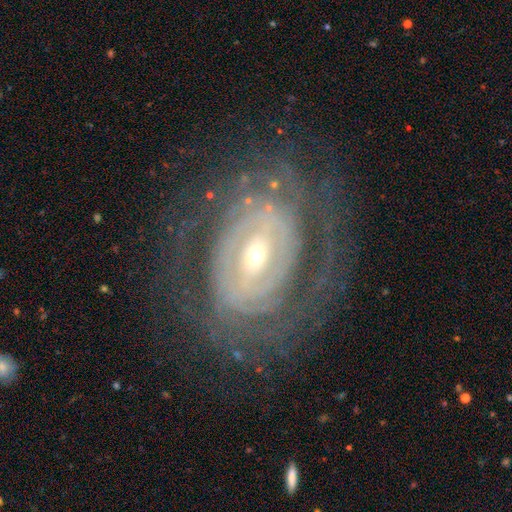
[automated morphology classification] type=featured or disk (86%); edge-on=no (95%); bar=weak (40%); spiral arms=yes (86%); winding=tight (73%); arm count=can't tell (46%); bulge=small (59%); merging=none (72%).